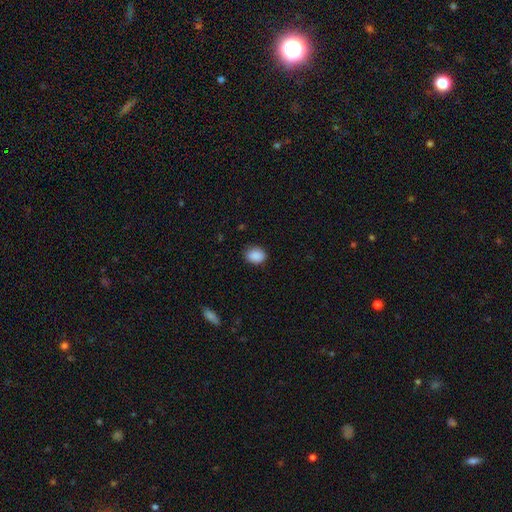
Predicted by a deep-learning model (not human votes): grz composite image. It shows a smooth galaxy with no disk features (89%) that is in between round and cigar-shaped (62%). Merging: none (84%).